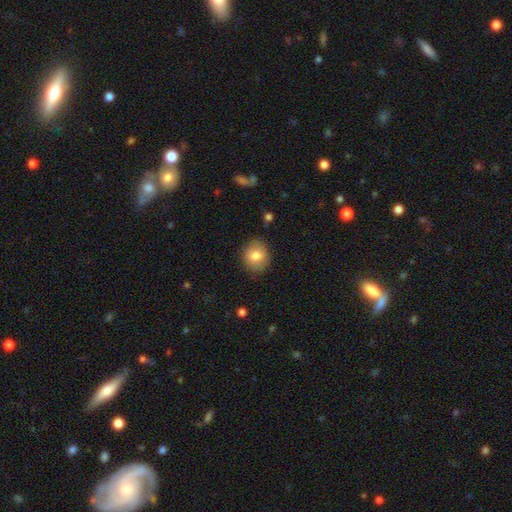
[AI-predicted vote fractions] Smooth or featured: smooth — 80% (featured or disk — 11%)
How rounded: round — 72% (in between — 27%)
Merging: none — 84% (minor disturbance — 12%)